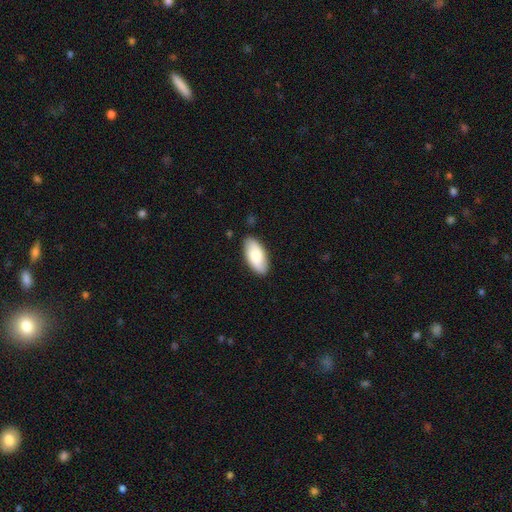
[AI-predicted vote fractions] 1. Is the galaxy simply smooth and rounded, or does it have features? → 79% smooth, 16% featured or disk, 5% star or artifact.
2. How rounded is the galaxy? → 92% in between, 6% cigar-shaped, 2% round.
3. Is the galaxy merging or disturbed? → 86% none, 10% minor disturbance, 2% major disturbance, 1% merger.